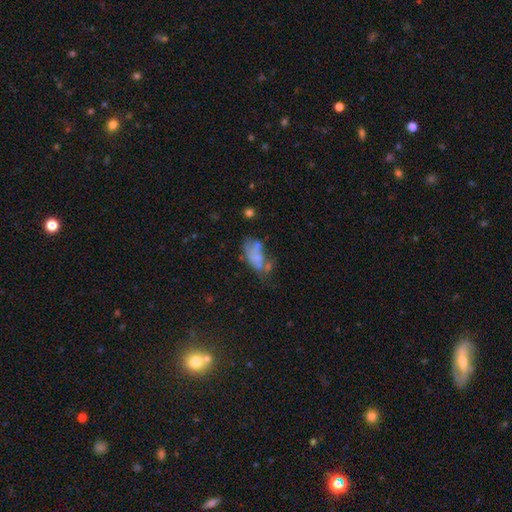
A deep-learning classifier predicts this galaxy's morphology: This appears to be a smooth galaxy with no disk features (53%) that is in between round and cigar-shaped (88%). Merging: major disturbance (28%).